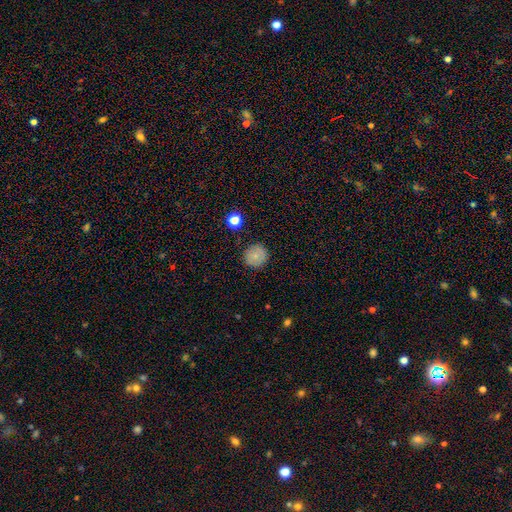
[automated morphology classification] Smooth or featured: smooth — 78% (featured or disk — 12%)
How rounded: round — 92% (in between — 7%)
Merging: none — 87% (minor disturbance — 9%)